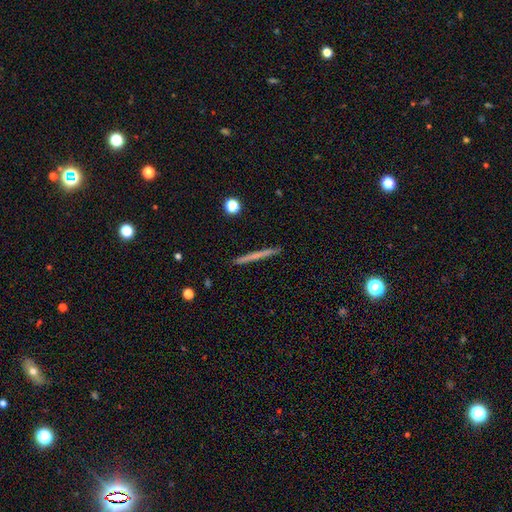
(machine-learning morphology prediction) smooth-or-featured: smooth: 59% | featured or disk: 35% | star or artifact: 6%
  how-rounded: cigar-shaped: 97% | in between: 2% | round: 2%
  merging: none: 92% | minor disturbance: 6% | major disturbance: 1% | merger: 1%